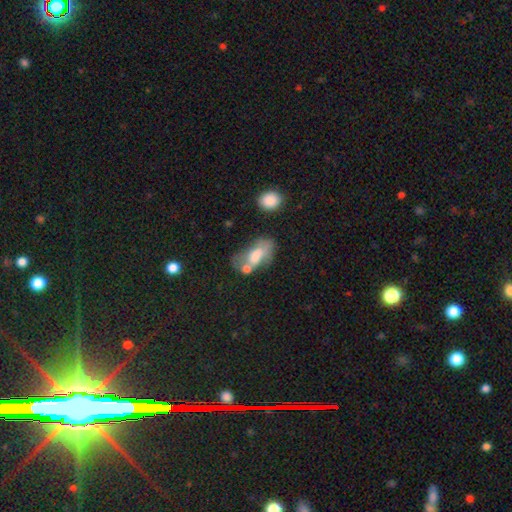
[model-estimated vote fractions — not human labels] A smooth galaxy with no disk features (57%) that is in between round and cigar-shaped (88%). Merging: merger (29%, tied with none).